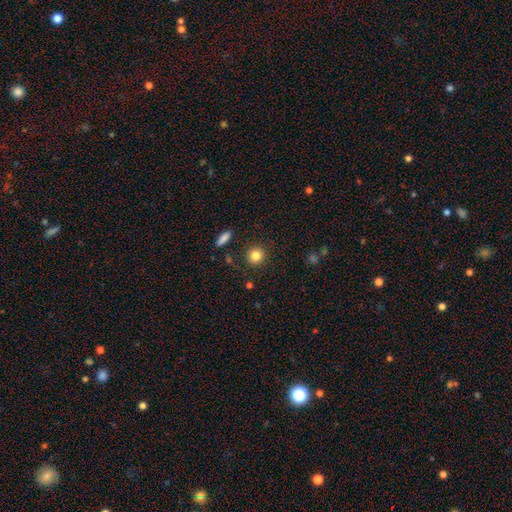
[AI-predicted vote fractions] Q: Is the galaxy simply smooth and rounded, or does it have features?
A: smooth — 84%.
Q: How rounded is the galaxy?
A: round — 90%.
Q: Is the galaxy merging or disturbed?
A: none — 90%.